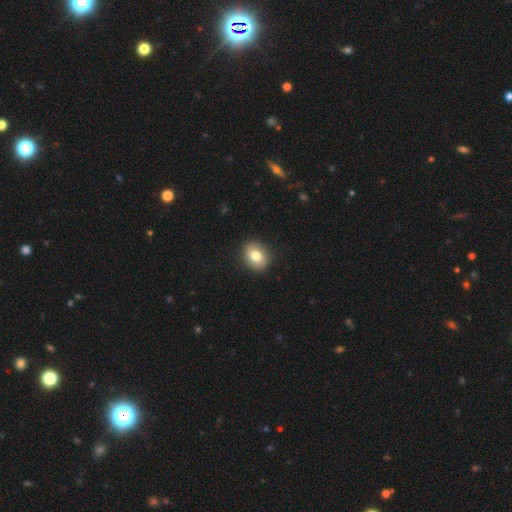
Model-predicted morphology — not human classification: This appears to be a smooth galaxy with no disk features (80%) that is round (51%). Merging: none (89%).